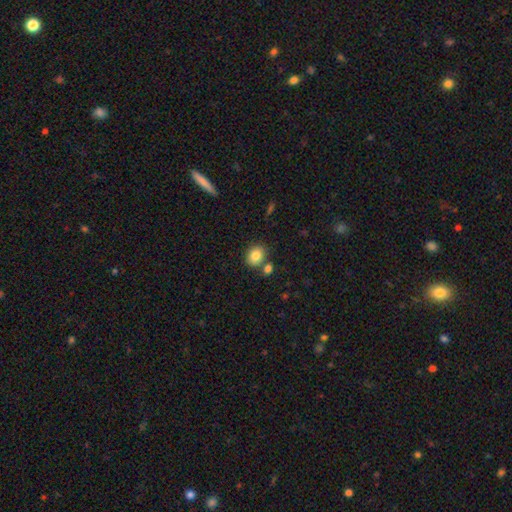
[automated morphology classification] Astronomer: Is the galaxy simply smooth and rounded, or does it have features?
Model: smooth — 83%.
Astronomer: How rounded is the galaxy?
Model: in between — 51% (runner-up: round, 48%).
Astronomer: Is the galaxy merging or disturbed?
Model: none — 69%.